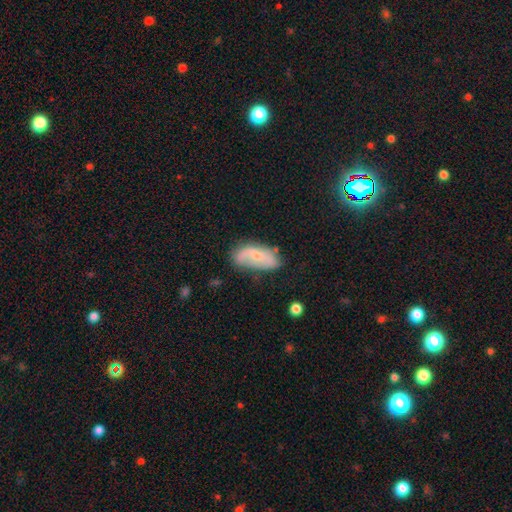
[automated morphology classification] Smooth or featured?
  - featured or disk: 48% *
  - smooth: 44%
  - star or artifact: 8%
Merging?
  - none: 53% *
  - minor disturbance: 31%
  - major disturbance: 12%
  - merger: 3%